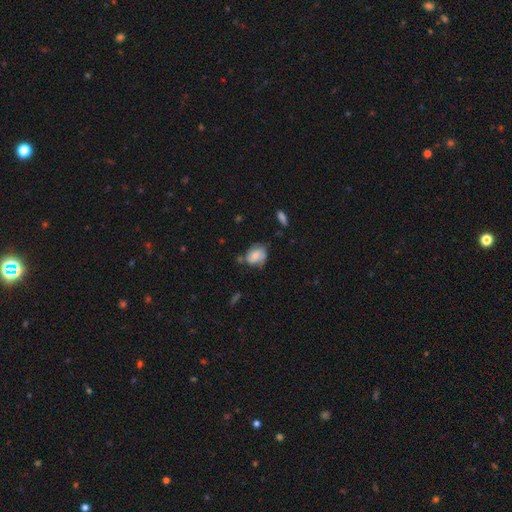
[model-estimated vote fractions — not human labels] This appears to be a smooth galaxy with no disk features (63%) that is in between round and cigar-shaped (61%). Merging: none (46%).